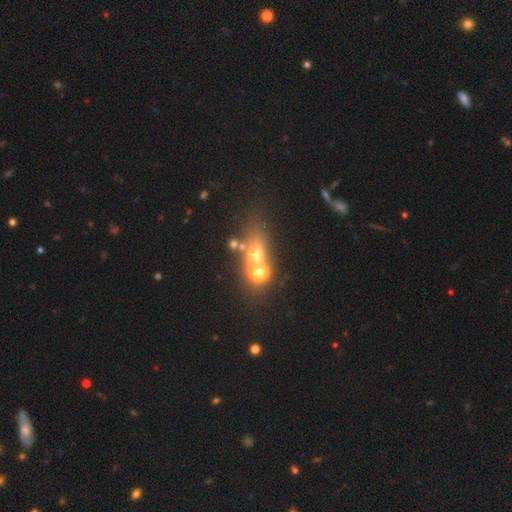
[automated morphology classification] A smooth galaxy with no disk features (47%). Merging: none (47%).